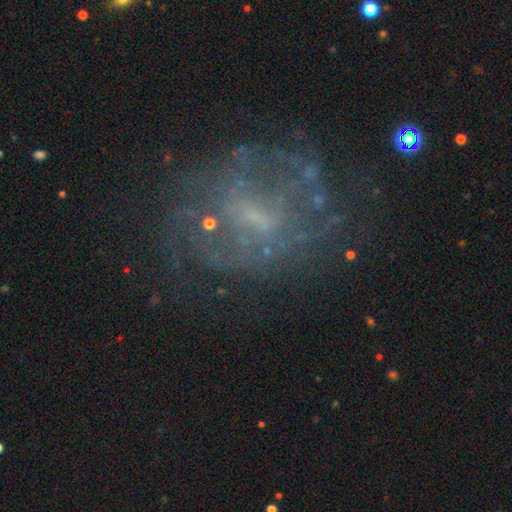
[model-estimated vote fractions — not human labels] Q: Smooth or featured?
A: featured or disk (70%); runner-up: star or artifact (15%)
Q: Edge-on disk?
A: no (97%); runner-up: yes (3%)
Q: Bar?
A: no (49%); runner-up: weak (41%)
Q: Spiral arms?
A: yes (52%); runner-up: no (48%)
Q: Bulge size?
A: small (47%); runner-up: none (32%)
Q: Merging?
A: none (60%); runner-up: major disturbance (19%)